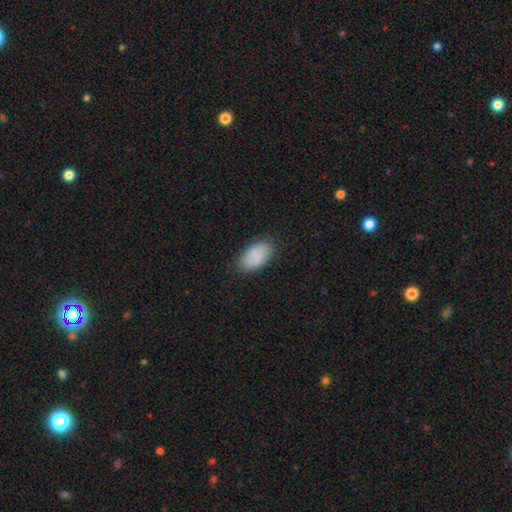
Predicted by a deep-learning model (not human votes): Overall: smooth (86%). How rounded: in between (95%). Merging: none (83%).